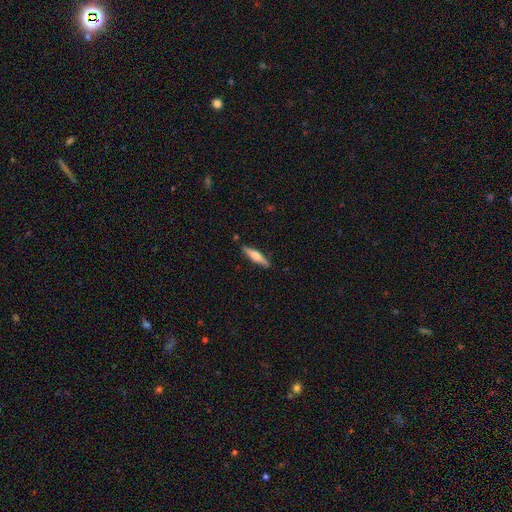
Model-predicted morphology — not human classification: Q: Smooth or featured?
A: smooth (51%); runner-up: featured or disk (43%)
Q: How rounded?
A: cigar-shaped (82%); runner-up: in between (16%)
Q: Merging?
A: none (87%); runner-up: minor disturbance (10%)